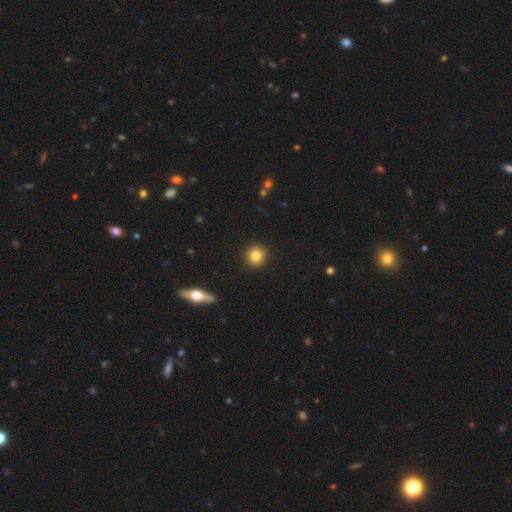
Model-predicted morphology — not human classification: smooth-or-featured: smooth: 84% | star or artifact: 10% | featured or disk: 7%
  how-rounded: round: 93% | in between: 6% | cigar-shaped: 1%
  merging: none: 91% | minor disturbance: 6% | major disturbance: 2% | merger: 1%